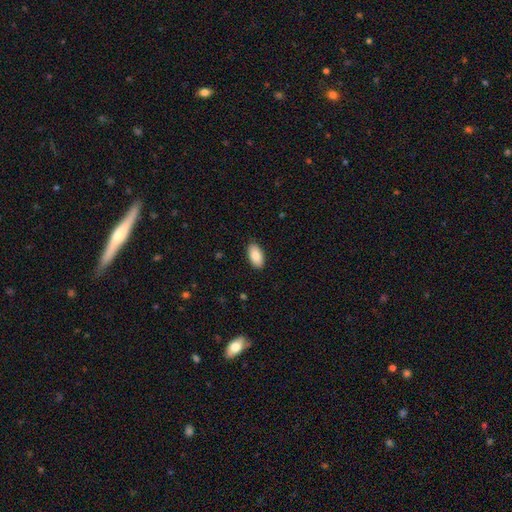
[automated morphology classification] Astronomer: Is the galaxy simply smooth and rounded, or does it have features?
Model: smooth — 86%.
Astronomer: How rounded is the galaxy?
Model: in between — 95%.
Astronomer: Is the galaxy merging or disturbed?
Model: none — 88%.